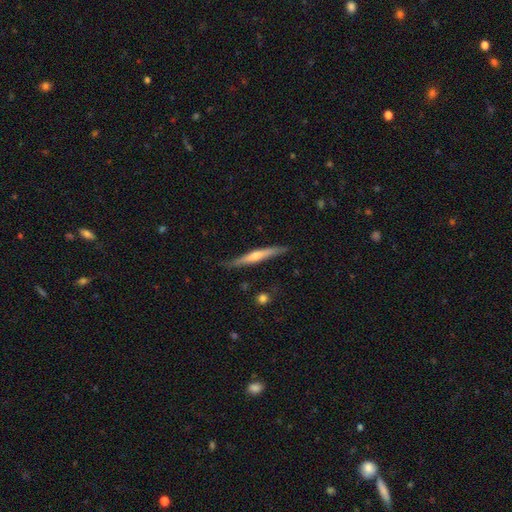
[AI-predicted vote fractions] smooth-or-featured: featured or disk: 60% | smooth: 35% | star or artifact: 5%
  disk-edge-on: yes: 96% | no: 4%
    edge-on-bulge: rounded: 73% | none: 20% | boxy: 7%
  merging: none: 82% | minor disturbance: 14% | major disturbance: 2% | merger: 2%